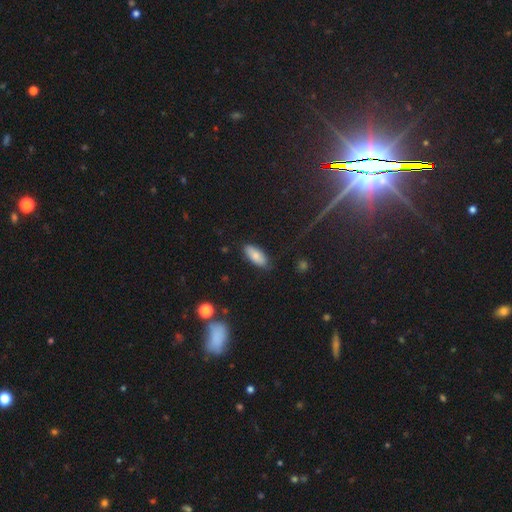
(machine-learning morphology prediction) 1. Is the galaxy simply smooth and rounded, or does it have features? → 79% smooth, 14% featured or disk, 7% star or artifact.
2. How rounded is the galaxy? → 83% in between, 14% cigar-shaped, 2% round.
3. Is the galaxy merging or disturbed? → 83% none, 13% minor disturbance, 3% major disturbance, 1% merger.